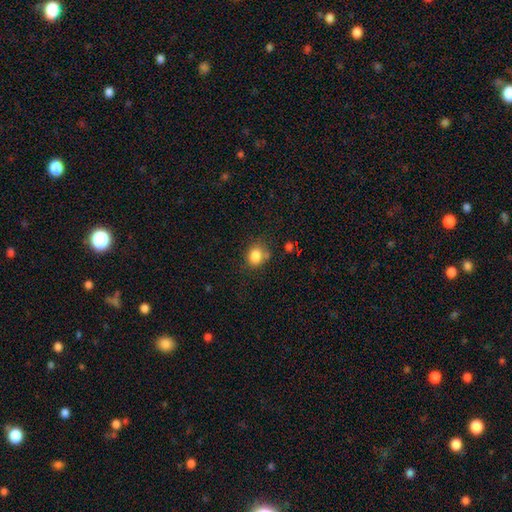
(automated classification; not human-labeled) Smooth or featured: smooth — 84% (star or artifact — 10%)
How rounded: round — 62% (in between — 37%)
Merging: none — 68% (minor disturbance — 19%)